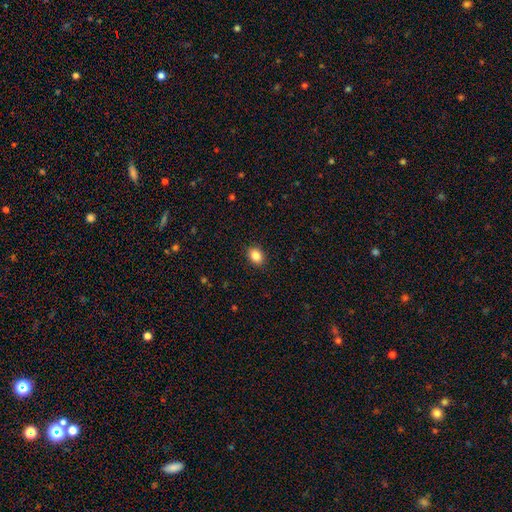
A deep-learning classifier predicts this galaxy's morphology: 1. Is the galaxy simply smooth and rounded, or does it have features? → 87% smooth, 9% star or artifact, 4% featured or disk.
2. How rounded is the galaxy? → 60% in between, 39% round, 1% cigar-shaped.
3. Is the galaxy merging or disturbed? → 89% none, 8% minor disturbance, 2% major disturbance, 1% merger.